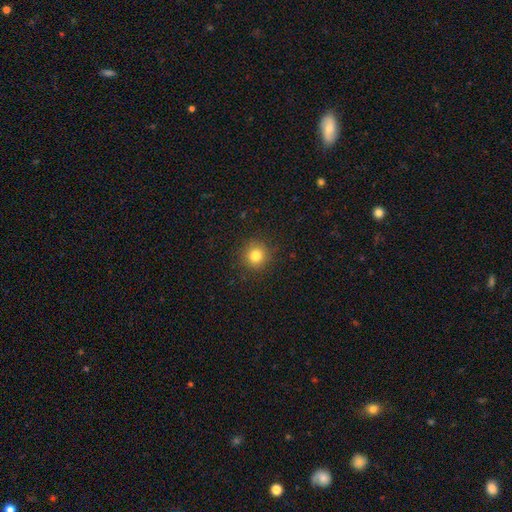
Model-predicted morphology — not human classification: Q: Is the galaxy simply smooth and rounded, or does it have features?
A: smooth — 81%.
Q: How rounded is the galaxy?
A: round — 93%.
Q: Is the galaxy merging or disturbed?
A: none — 90%.